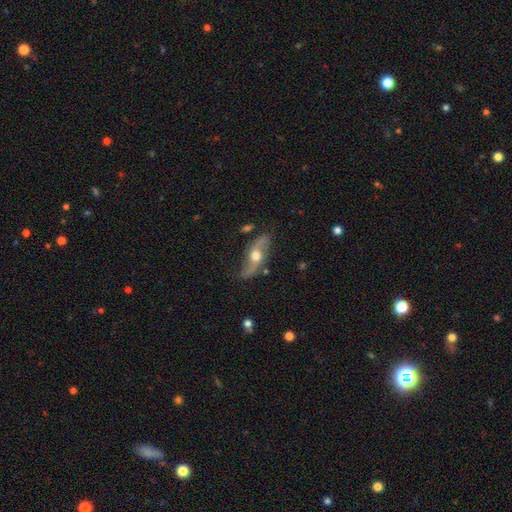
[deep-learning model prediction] A featured or disk galaxy (74%) with no bar (66%), spiral arms (86%) and a moderate central bulge (71%). Merging: none (73%).